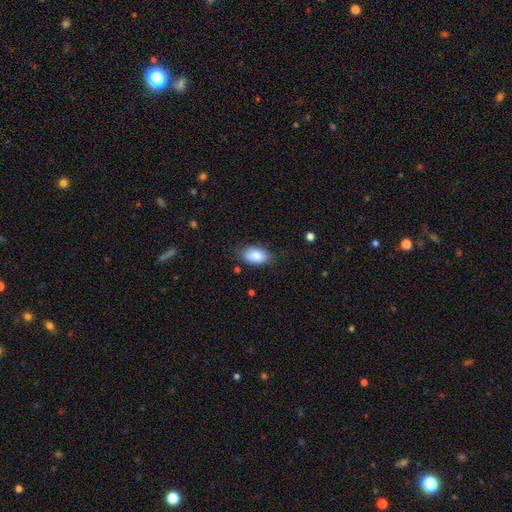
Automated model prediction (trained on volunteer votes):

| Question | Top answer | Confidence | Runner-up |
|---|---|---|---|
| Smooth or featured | smooth | 86% | featured or disk (7%) |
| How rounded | in between | 92% | round (6%) |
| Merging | none | 77% | minor disturbance (17%) |